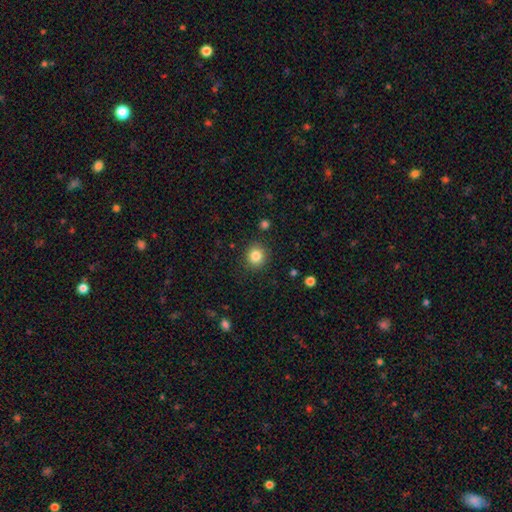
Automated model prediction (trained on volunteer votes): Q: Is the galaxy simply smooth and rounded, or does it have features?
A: smooth — 83%.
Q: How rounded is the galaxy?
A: round — 89%.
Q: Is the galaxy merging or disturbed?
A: none — 89%.